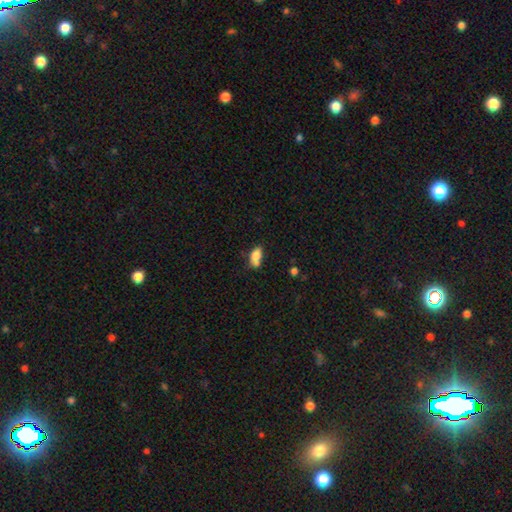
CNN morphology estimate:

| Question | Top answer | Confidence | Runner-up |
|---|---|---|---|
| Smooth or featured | smooth | 76% | featured or disk (15%) |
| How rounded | in between | 85% | cigar-shaped (7%) |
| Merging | none | 43% | minor disturbance (25%) |